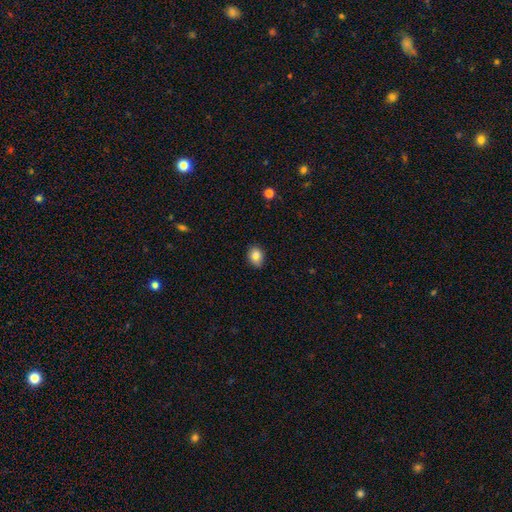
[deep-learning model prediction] Smooth or featured?
  - smooth: 84% *
  - star or artifact: 9%
  - featured or disk: 7%
How rounded?
  - in between: 60% *
  - round: 39%
  - cigar-shaped: 1%
Merging?
  - none: 83% *
  - minor disturbance: 14%
  - major disturbance: 2%
  - merger: 1%